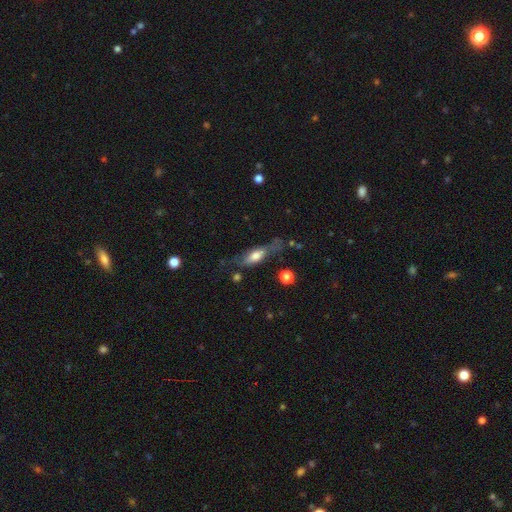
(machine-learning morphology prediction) smooth_or_featured: smooth (p=0.55) [alt: featured or disk p=0.37]
how_rounded: in between (p=0.53) [alt: cigar-shaped p=0.43]
merging: none (p=0.50) [alt: minor disturbance p=0.27]